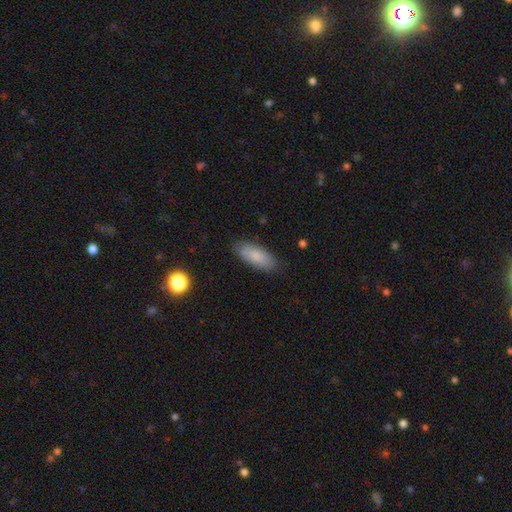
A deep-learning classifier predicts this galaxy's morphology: Q: Smooth or featured?
A: smooth (82%); runner-up: featured or disk (11%)
Q: How rounded?
A: in between (78%); runner-up: cigar-shaped (20%)
Q: Merging?
A: none (82%); runner-up: minor disturbance (13%)